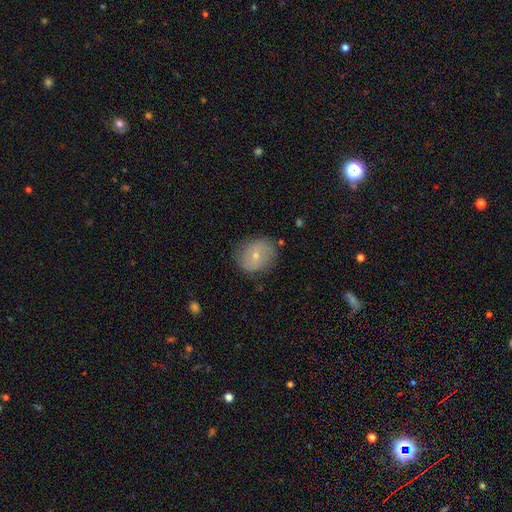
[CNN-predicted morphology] Smooth or featured? smooth (56%)
How rounded? round (62%)
Merging? none (78%)